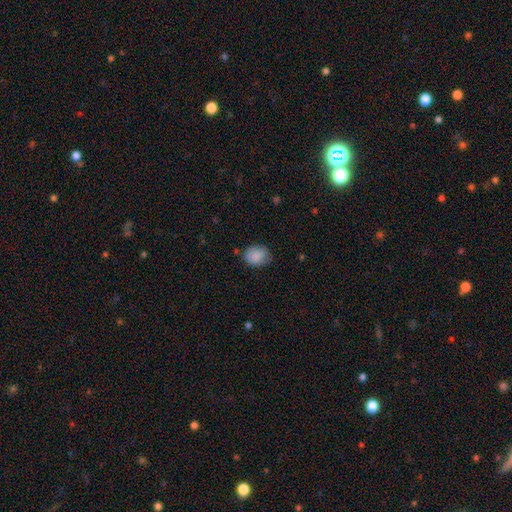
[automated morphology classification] Smooth or featured: smooth — 88% (star or artifact — 8%)
How rounded: in between — 51% (round — 48%)
Merging: none — 71% (minor disturbance — 23%)